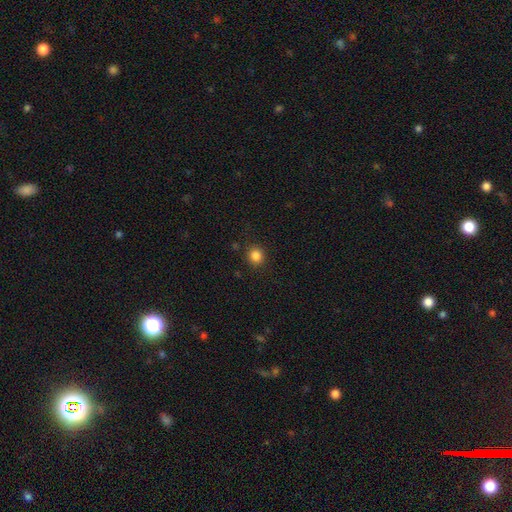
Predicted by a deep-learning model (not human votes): Q: Smooth or featured?
A: smooth (85%); runner-up: star or artifact (12%)
Q: How rounded?
A: round (89%); runner-up: in between (10%)
Q: Merging?
A: none (89%); runner-up: minor disturbance (8%)